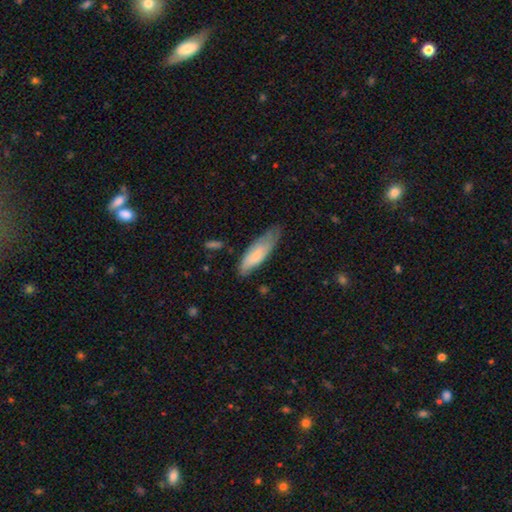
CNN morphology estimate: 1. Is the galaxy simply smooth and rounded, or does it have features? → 66% smooth, 28% featured or disk, 6% star or artifact.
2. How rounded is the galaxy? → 56% in between, 42% cigar-shaped, 2% round.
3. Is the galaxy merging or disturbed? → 48% none, 38% minor disturbance, 12% major disturbance, 2% merger.